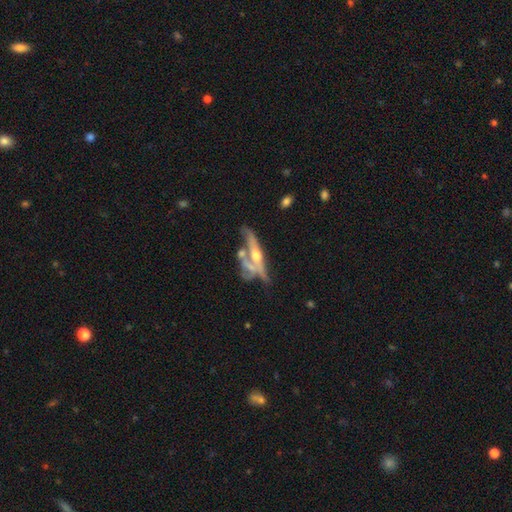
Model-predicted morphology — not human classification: featured or disk 71%, smooth 21%, star or artifact 8%. Down the decision tree: edge-on disk — yes (66%); merging — merger (44%).